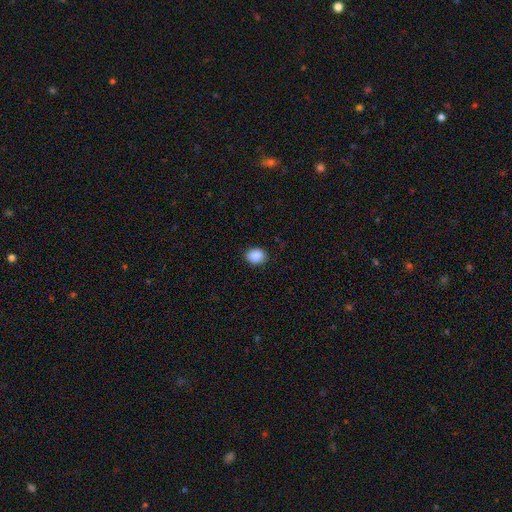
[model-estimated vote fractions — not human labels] smooth_or_featured: smooth (p=0.90) [alt: star or artifact p=0.08]
how_rounded: in between (p=0.50) [alt: round p=0.49]
merging: none (p=0.87) [alt: minor disturbance p=0.09]